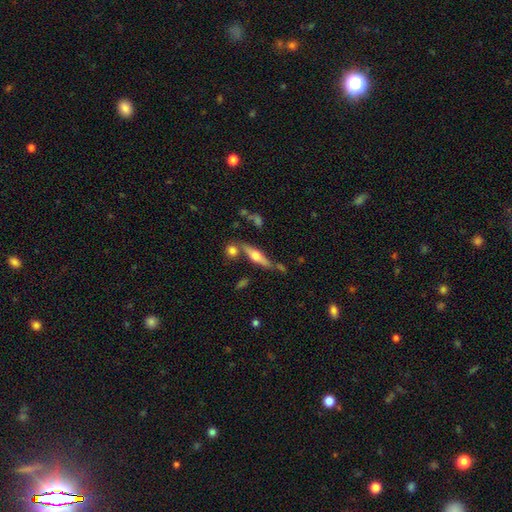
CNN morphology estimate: smooth-or-featured: featured or disk: 55% | smooth: 38% | star or artifact: 7%
  disk-edge-on: yes: 90% | no: 10%
  merging: none: 66% | minor disturbance: 15% | merger: 14% | major disturbance: 5%